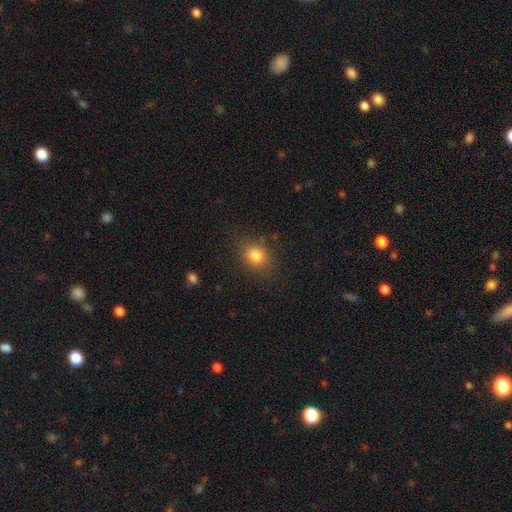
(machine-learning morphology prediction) This appears to be a smooth galaxy with no disk features (81%) that is round (56%). Merging: none (82%).